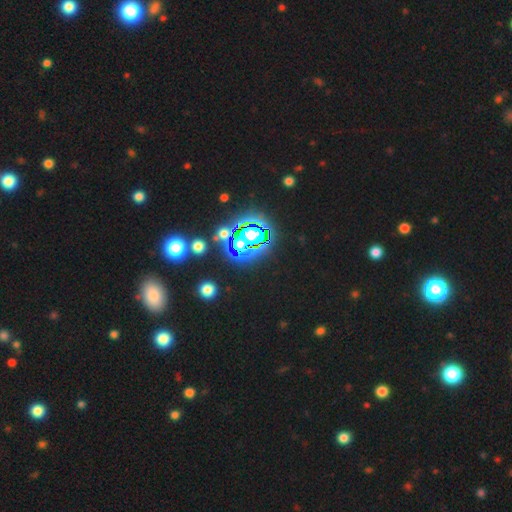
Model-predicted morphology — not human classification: Smooth or featured? star or artifact (81%)